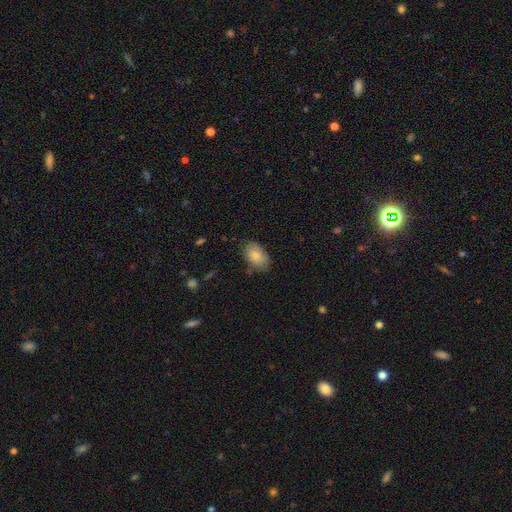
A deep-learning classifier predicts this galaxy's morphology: This is clearly a smooth galaxy (81%). How rounded: clearly in between (90%). Merging: likely none (79%).